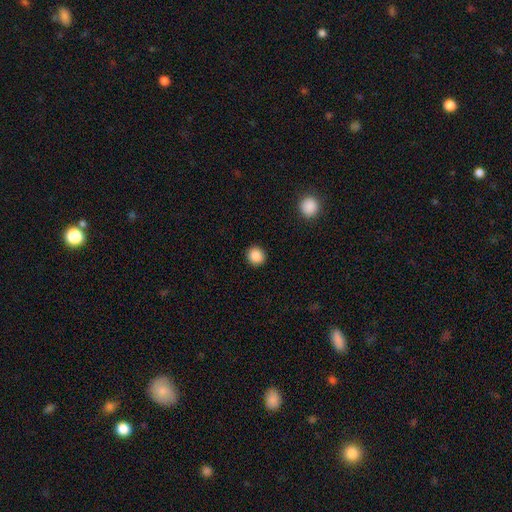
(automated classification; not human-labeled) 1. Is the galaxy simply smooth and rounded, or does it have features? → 87% smooth, 9% star or artifact, 4% featured or disk.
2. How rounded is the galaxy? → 87% round, 12% in between, 1% cigar-shaped.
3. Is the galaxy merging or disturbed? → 92% none, 5% minor disturbance, 2% major disturbance, 1% merger.